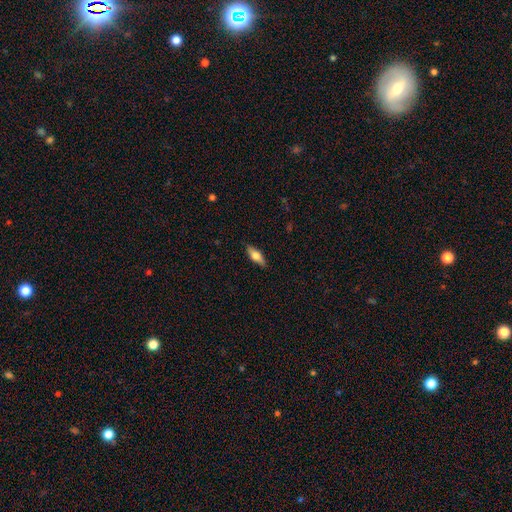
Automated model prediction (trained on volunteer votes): A smooth galaxy with no disk features (62%) that is in between round and cigar-shaped (64%).

Vote fractions:
- Smooth or featured? smooth: 62% / featured or disk: 32% / star or artifact: 6%
- How rounded? in between: 64% / cigar-shaped: 33% / round: 3%
- Merging? none: 87% / minor disturbance: 10% / major disturbance: 2% / merger: 1%